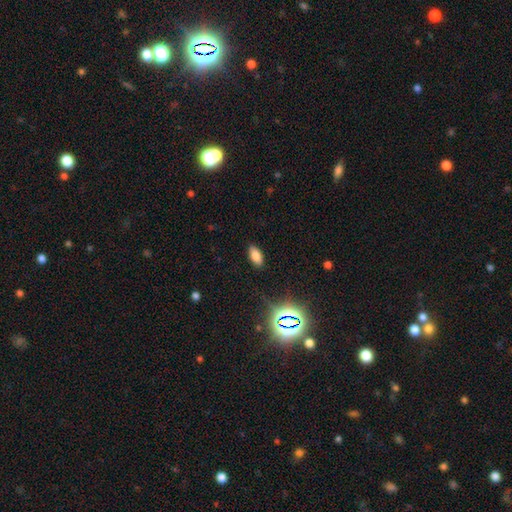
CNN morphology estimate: Overall: smooth (76%). How rounded: in between (90%). Merging: none (88%).